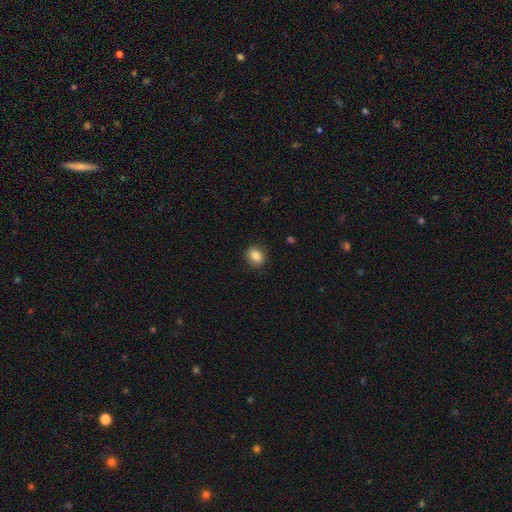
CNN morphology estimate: type=smooth (85%); roundness=round (63%); merging=none (88%).